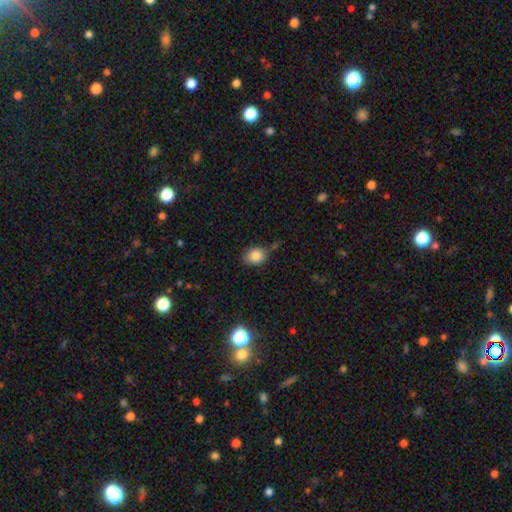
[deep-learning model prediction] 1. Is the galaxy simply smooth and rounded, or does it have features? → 84% smooth, 10% star or artifact, 7% featured or disk.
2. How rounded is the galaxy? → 52% round, 47% in between, 1% cigar-shaped.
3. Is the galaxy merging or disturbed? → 71% none, 20% minor disturbance, 5% merger, 4% major disturbance.